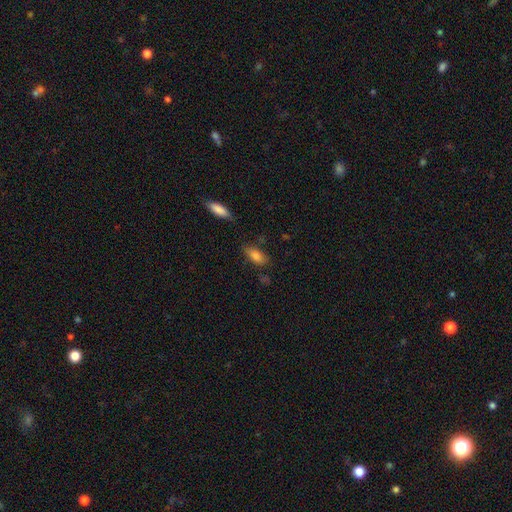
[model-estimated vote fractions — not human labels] The model was most divided on "merging": none: 71%, minor disturbance: 20%, major disturbance: 5%, merger: 4%. More confident: smooth or featured — smooth (80%); how rounded — in between (79%).